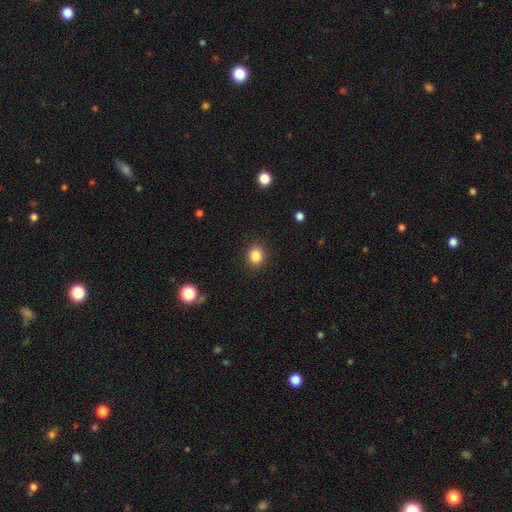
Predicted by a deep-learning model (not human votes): Overall: smooth (85%). How rounded: round (65%; in between 34%). Merging: none (89%).